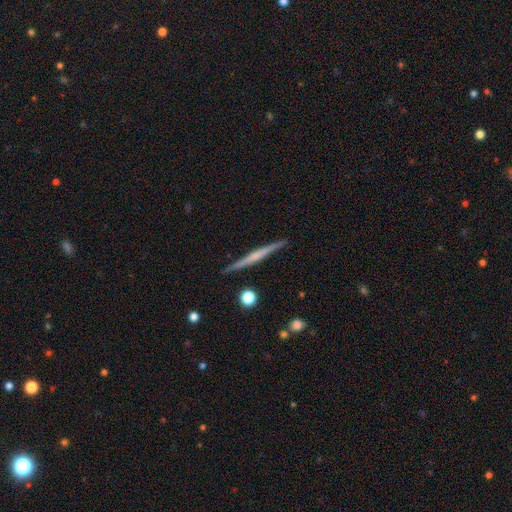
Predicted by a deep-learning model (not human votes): Smooth or featured: featured or disk — 63% (smooth — 32%)
Edge-on disk: yes — 98% (no — 2%)
Edge-on bulge: none — 55% (rounded — 33%)
Merging: none — 90% (minor disturbance — 7%)